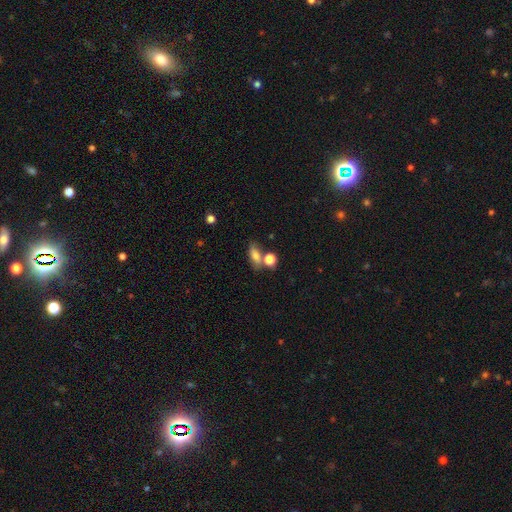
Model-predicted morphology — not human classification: Smooth or featured? Predicted: smooth (p=0.76). How rounded? Predicted: in between (p=0.75). Merging? Predicted: none (p=0.50).